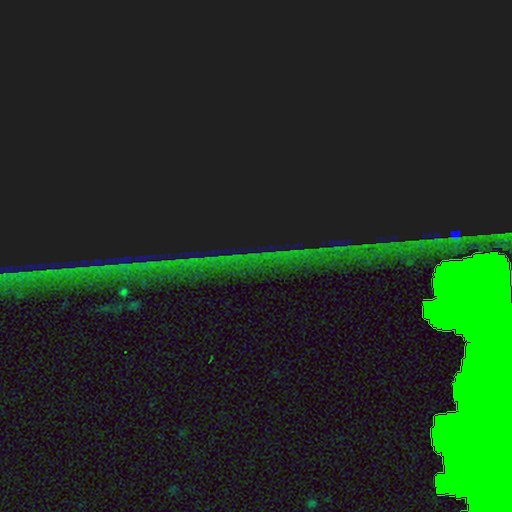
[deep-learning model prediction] Smooth or featured? Predicted: star or artifact (p=0.84).